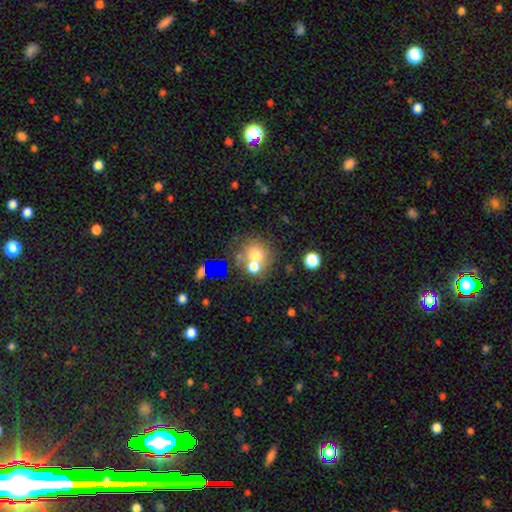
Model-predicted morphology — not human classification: A smooth galaxy with no disk features (66%) that is round (80%).

Vote fractions:
- Smooth or featured? smooth: 66% / star or artifact: 18% / featured or disk: 16%
- How rounded? round: 80% / in between: 19% / cigar-shaped: 1%
- Merging? merger: 45% / none: 41% / minor disturbance: 8% / major disturbance: 5%